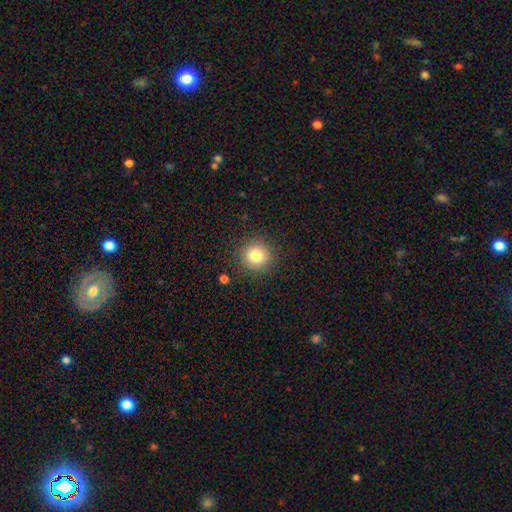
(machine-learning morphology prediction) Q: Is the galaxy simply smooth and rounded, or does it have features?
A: smooth — 81%.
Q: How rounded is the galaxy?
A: round — 94%.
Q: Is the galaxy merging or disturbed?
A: none — 89%.